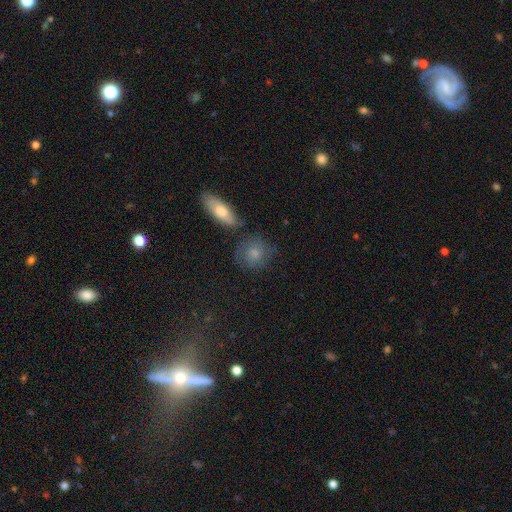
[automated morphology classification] Smooth or featured: smooth — 51% (featured or disk — 30%)
How rounded: round — 73% (in between — 22%)
Merging: none — 75% (minor disturbance — 13%)